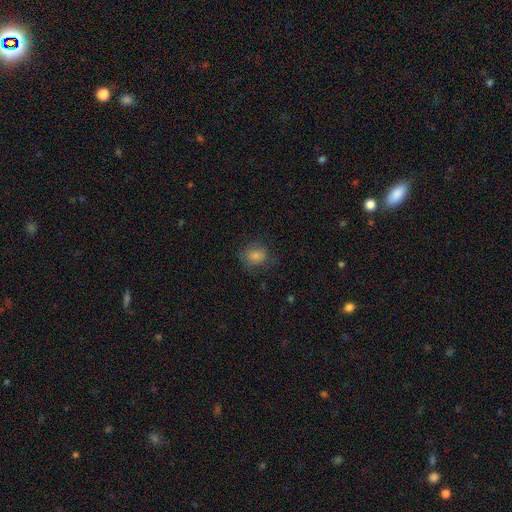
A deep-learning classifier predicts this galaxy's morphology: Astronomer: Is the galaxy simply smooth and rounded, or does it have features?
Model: smooth — 68%.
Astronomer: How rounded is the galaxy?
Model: round — 61% (runner-up: in between, 37%).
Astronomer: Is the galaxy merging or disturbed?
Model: none — 72%.